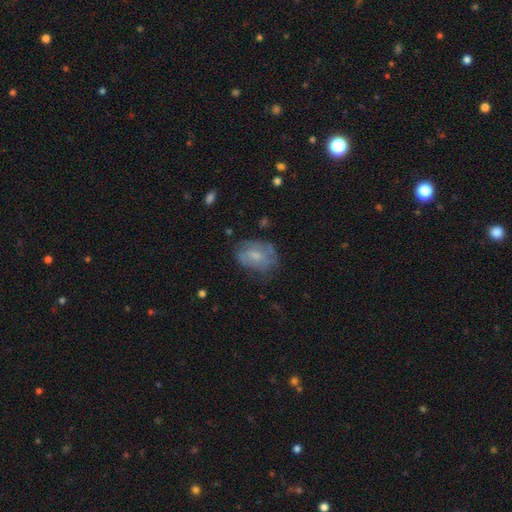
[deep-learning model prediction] The model was most divided on "smooth or featured": smooth: 48%, featured or disk: 44%, star or artifact: 9%. More confident: merging — none (58%).